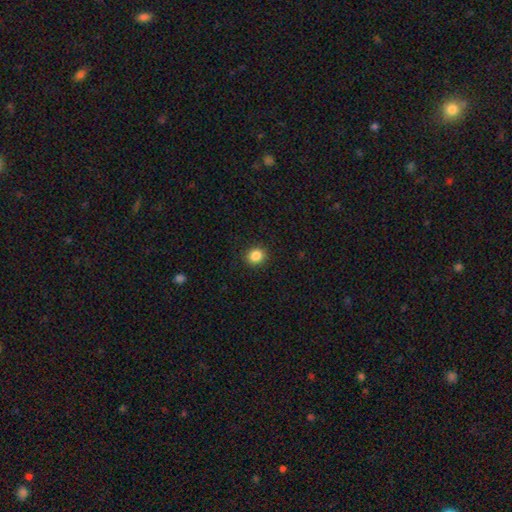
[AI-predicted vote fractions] Smooth or featured? Predicted: smooth (p=0.86). How rounded? Predicted: round (p=0.83). Merging? Predicted: none (p=0.91).